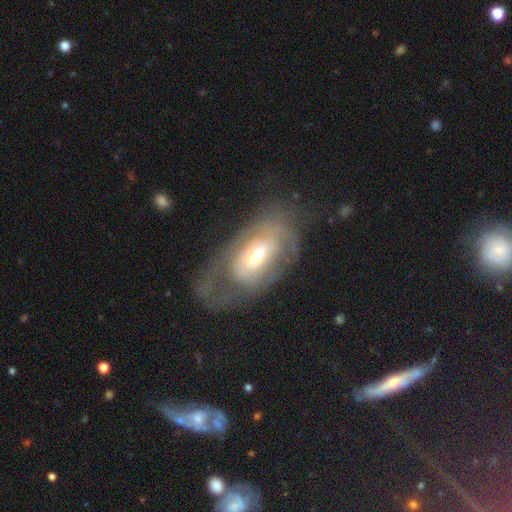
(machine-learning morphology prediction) Q: Smooth or featured?
A: featured or disk (66%); runner-up: smooth (27%)
Q: Edge-on disk?
A: no (92%); runner-up: yes (8%)
Q: Bar?
A: no (52%); runner-up: weak (35%)
Q: Spiral arms?
A: yes (62%); runner-up: no (38%)
Q: Bulge size?
A: moderate (62%); runner-up: small (23%)
Q: Merging?
A: none (44%); runner-up: major disturbance (30%)